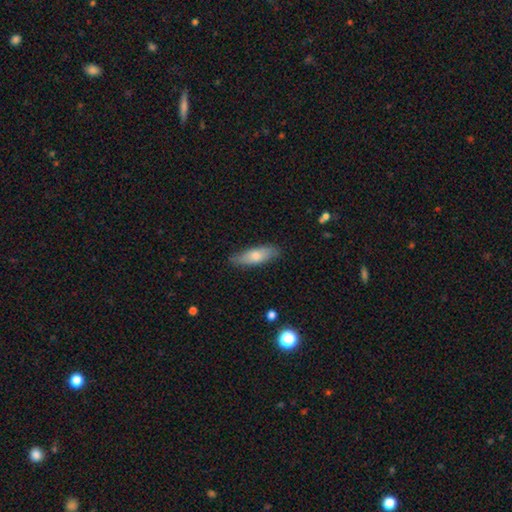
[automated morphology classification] smooth-or-featured: smooth: 72% | featured or disk: 23% | star or artifact: 6%
  how-rounded: in between: 59% | cigar-shaped: 39% | round: 2%
  merging: none: 82% | minor disturbance: 14% | major disturbance: 2% | merger: 1%